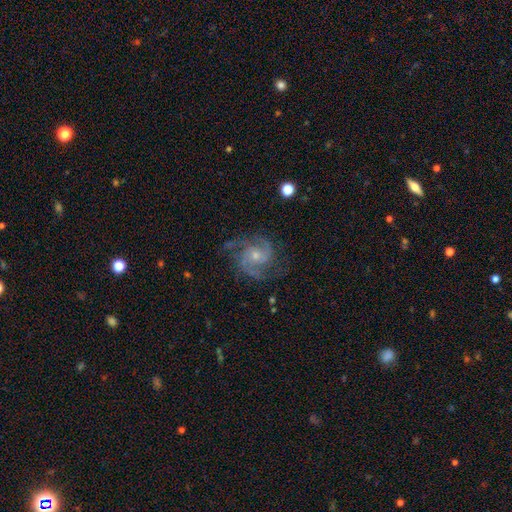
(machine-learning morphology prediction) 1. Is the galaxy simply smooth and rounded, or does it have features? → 90% featured or disk, 6% star or artifact, 4% smooth.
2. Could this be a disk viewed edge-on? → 98% no, 2% yes.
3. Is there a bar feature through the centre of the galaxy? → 65% no, 29% weak, 6% strong.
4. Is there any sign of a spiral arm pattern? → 98% yes, 2% no.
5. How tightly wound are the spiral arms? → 53% medium, 37% tight, 10% loose.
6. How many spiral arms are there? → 64% 2, 21% 3, 6% can't tell, 4% 4, 3% 1, 3% more than 4.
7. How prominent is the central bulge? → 61% small, 34% moderate, 3% none, 2% large, 1% dominant.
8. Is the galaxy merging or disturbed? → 76% none, 16% minor disturbance, 7% major disturbance, 1% merger.